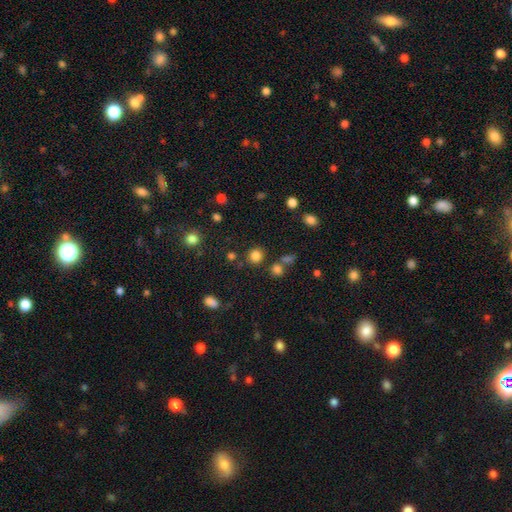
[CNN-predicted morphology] The model was most divided on "smooth or featured": smooth: 80%, star or artifact: 15%, featured or disk: 5%. More confident: how rounded — round (89%); merging — none (81%).